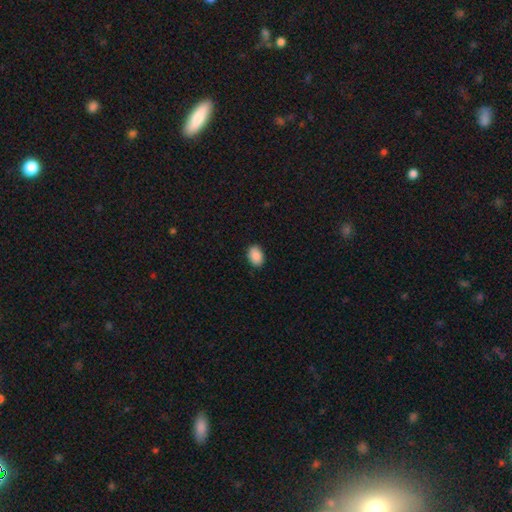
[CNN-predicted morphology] Overall: smooth (90%). How rounded: in between (83%). Merging: none (88%).